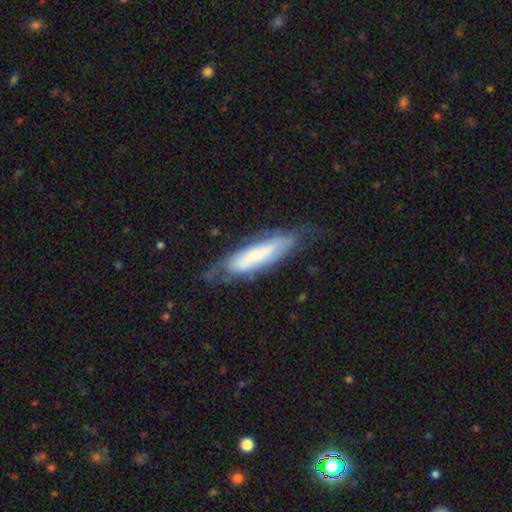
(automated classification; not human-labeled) Morphology: type=featured or disk (50%); merging=none (59%).